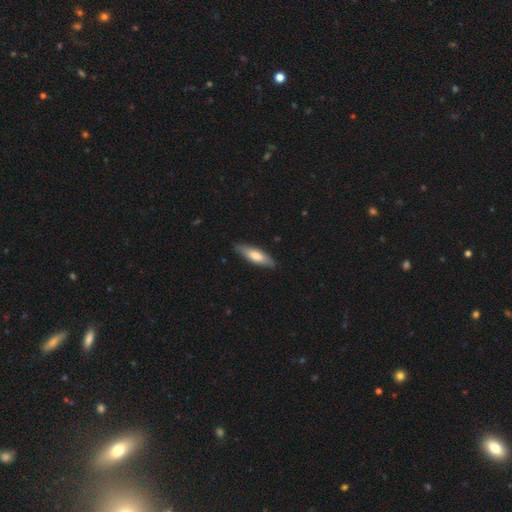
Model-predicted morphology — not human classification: Smooth or featured?
  - smooth: 67% *
  - featured or disk: 28%
  - star or artifact: 5%
How rounded?
  - cigar-shaped: 56% *
  - in between: 42%
  - round: 2%
Merging?
  - none: 86% *
  - minor disturbance: 11%
  - major disturbance: 2%
  - merger: 1%